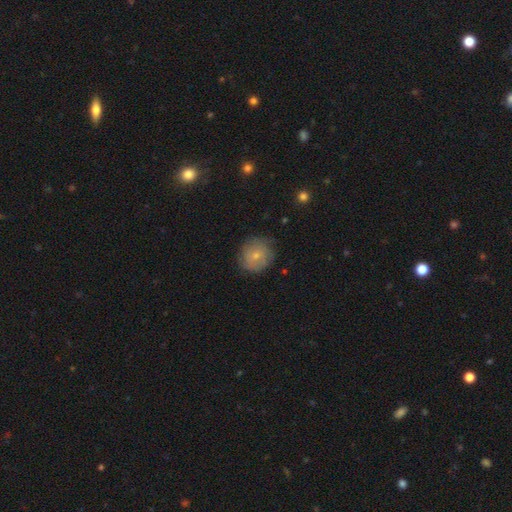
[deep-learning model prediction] This appears to be a smooth galaxy with no disk features (63%) that is round (87%). Merging: none (74%).